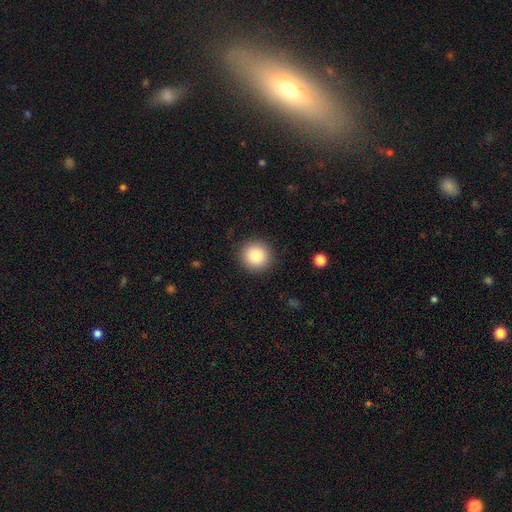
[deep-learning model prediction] smooth 88%, star or artifact 8%, featured or disk 4%. Down the decision tree: how rounded — round (93%); merging — none (91%).